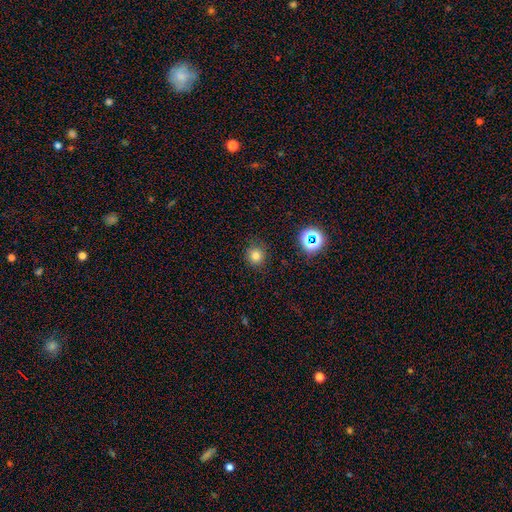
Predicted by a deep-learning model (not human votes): Smooth or featured: smooth — 76% (star or artifact — 18%)
How rounded: round — 92% (in between — 7%)
Merging: none — 88% (minor disturbance — 8%)